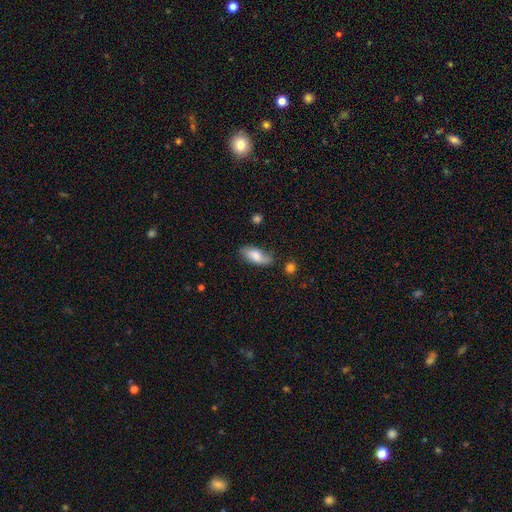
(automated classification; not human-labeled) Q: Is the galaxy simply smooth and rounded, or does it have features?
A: smooth — 72%.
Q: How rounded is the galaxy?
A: in between — 87%.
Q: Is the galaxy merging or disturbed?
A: none — 66%.